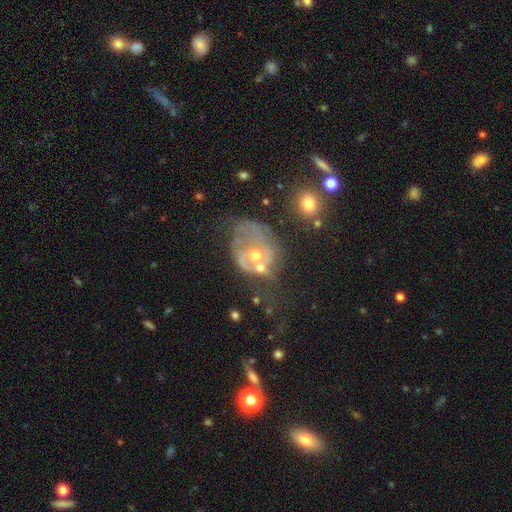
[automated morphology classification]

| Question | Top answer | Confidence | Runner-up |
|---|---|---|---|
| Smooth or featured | featured or disk | 71% | smooth (18%) |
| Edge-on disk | no | 97% | yes (3%) |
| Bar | no | 76% | weak (20%) |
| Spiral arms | yes | 67% | no (33%) |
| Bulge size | moderate | 52% | small (41%) |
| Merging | major disturbance | 33% | none (26%) |